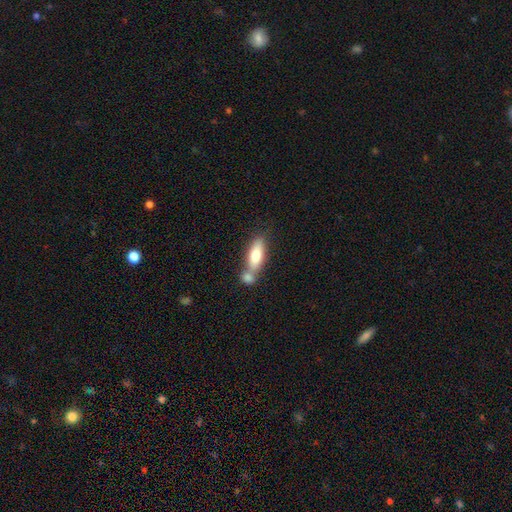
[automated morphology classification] smooth_or_featured: smooth (p=0.75) [alt: featured or disk p=0.19]
how_rounded: in between (p=0.67) [alt: cigar-shaped p=0.30]
merging: merger (p=0.50) [alt: none p=0.36]